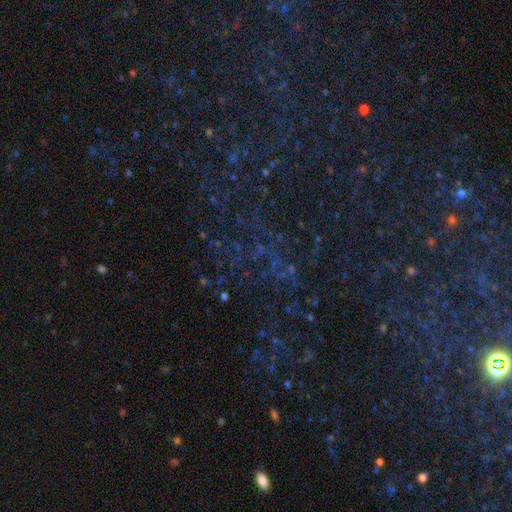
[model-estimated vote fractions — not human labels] Morphology: type=star or artifact (80%).